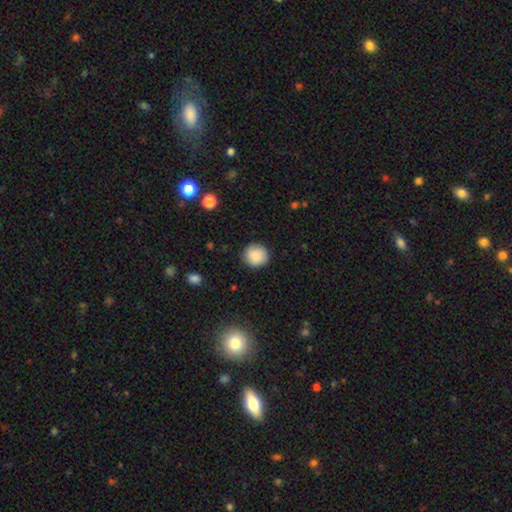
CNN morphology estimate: A smooth galaxy with no disk features (88%) that is round (92%).

Vote fractions:
- Smooth or featured? smooth: 88% / star or artifact: 8% / featured or disk: 4%
- How rounded? round: 92% / in between: 7% / cigar-shaped: 1%
- Merging? none: 89% / minor disturbance: 8% / major disturbance: 2% / merger: 1%